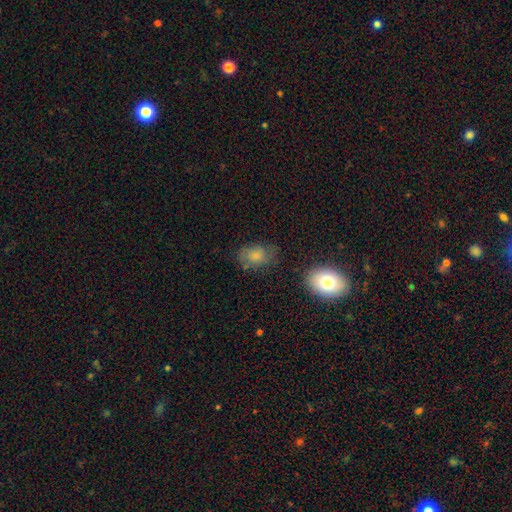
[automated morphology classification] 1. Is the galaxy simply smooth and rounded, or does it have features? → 76% smooth, 14% featured or disk, 10% star or artifact.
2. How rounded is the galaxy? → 73% in between, 26% round, 1% cigar-shaped.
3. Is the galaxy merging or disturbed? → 62% none, 25% minor disturbance, 9% major disturbance, 3% merger.